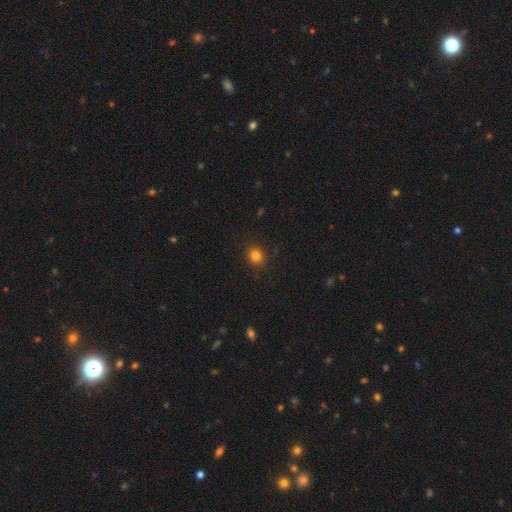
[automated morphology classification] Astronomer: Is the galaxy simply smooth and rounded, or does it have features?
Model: smooth — 82%.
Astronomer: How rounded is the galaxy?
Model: round — 83%.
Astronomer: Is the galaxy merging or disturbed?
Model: none — 90%.